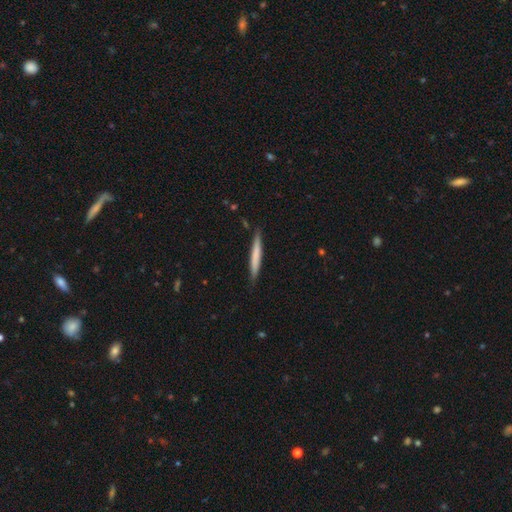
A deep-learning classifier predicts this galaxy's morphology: The model was most divided on "smooth or featured": smooth: 65%, featured or disk: 30%, star or artifact: 5%. More confident: how rounded — cigar-shaped (96%); merging — none (87%).